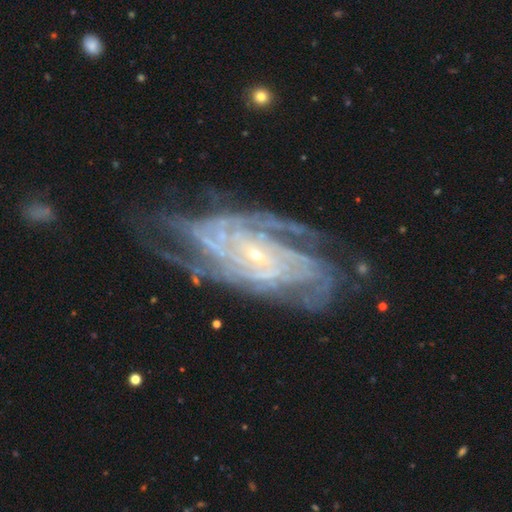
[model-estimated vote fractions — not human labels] smooth_or_featured: featured or disk (p=0.91) [alt: star or artifact p=0.05]
disk_edge_on: no (p=0.95) [alt: yes p=0.05]
bar: no (p=0.59) [alt: weak p=0.27]
has_spiral_arms: yes (p=0.98) [alt: no p=0.02]
spiral_winding: tight (p=0.72) [alt: medium p=0.23]
spiral_arm_count: 4 (p=0.25) [alt: can't tell p=0.24]
bulge_size: small (p=0.85) [alt: moderate p=0.11]
merging: none (p=0.66) [alt: minor disturbance p=0.22]